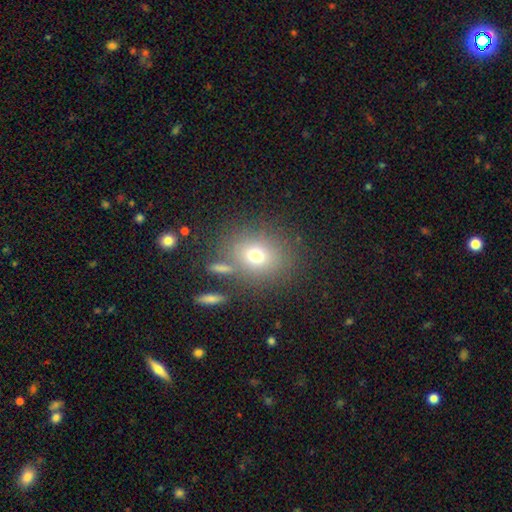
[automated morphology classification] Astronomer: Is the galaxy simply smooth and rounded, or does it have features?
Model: smooth — 71%.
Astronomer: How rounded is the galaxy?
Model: round — 65%.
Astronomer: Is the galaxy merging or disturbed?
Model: none — 75%.